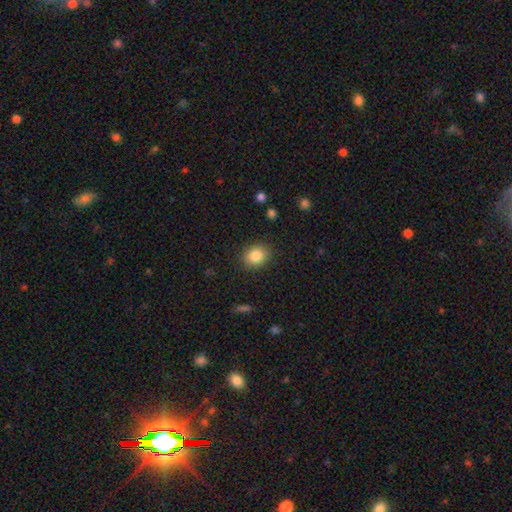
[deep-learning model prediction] Smooth or featured?
  - smooth: 85% *
  - star or artifact: 9%
  - featured or disk: 6%
How rounded?
  - round: 58% *
  - in between: 41%
  - cigar-shaped: 1%
Merging?
  - none: 88% *
  - minor disturbance: 9%
  - major disturbance: 3%
  - merger: 1%